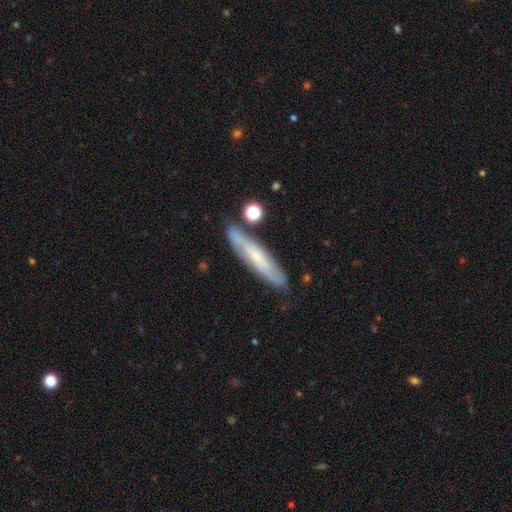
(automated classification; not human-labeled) smooth-or-featured: featured or disk: 58% | smooth: 34% | star or artifact: 8%
  disk-edge-on: yes: 52% | no: 48%
  merging: none: 77% | minor disturbance: 15% | merger: 5% | major disturbance: 3%